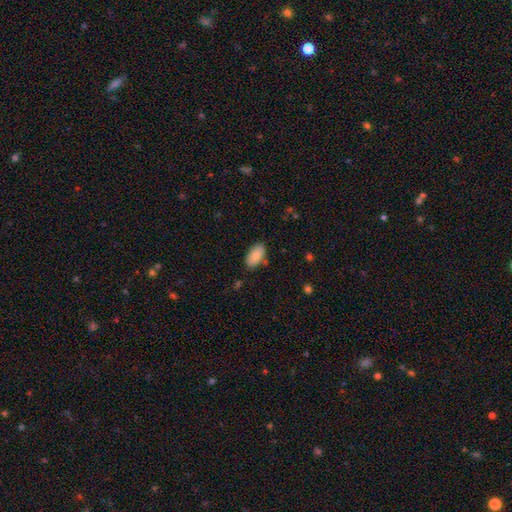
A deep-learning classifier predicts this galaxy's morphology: A smooth galaxy with no disk features (84%) that is in between round and cigar-shaped (95%).

Vote fractions:
- Smooth or featured? smooth: 84% / featured or disk: 10% / star or artifact: 7%
- How rounded? in between: 95% / round: 3% / cigar-shaped: 2%
- Merging? none: 81% / minor disturbance: 13% / merger: 3% / major disturbance: 3%